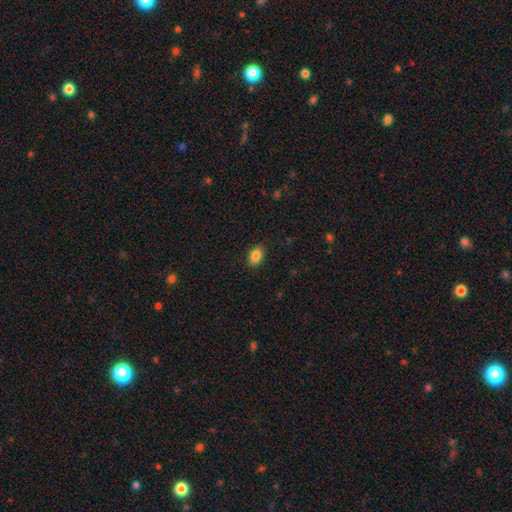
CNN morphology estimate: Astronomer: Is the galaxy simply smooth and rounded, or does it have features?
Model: smooth — 85%.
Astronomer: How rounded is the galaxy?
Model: in between — 86%.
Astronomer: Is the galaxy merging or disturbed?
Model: none — 88%.